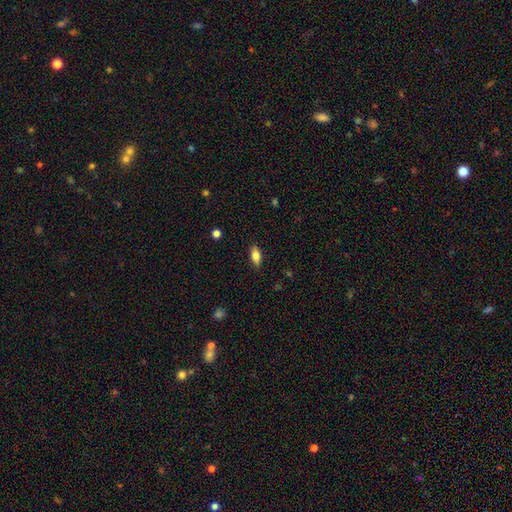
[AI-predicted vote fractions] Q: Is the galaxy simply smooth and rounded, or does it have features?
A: smooth — 78%.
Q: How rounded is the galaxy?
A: in between — 85%.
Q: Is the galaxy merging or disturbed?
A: none — 88%.